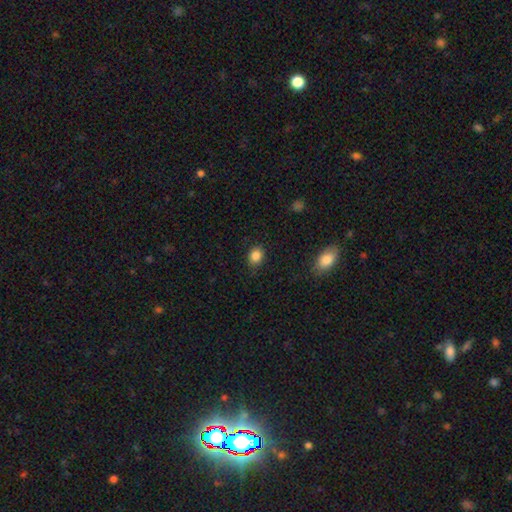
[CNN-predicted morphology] smooth 85%, star or artifact 11%, featured or disk 4%. Down the decision tree: how rounded — round (54%); merging — none (85%).